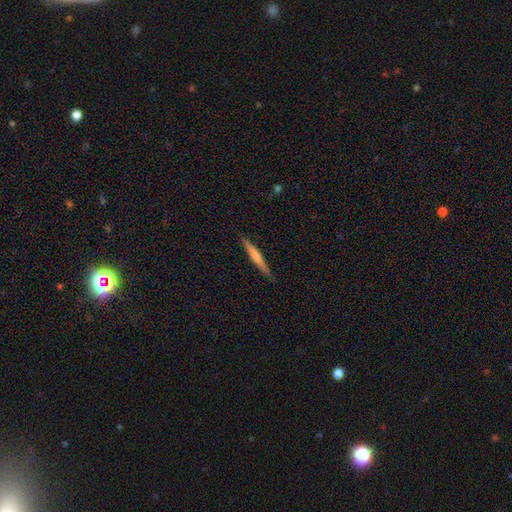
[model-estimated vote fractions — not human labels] Smooth or featured? smooth (59%)
How rounded? cigar-shaped (96%)
Merging? none (89%)